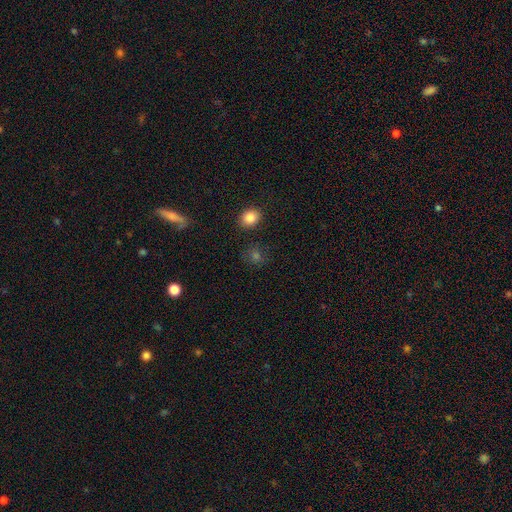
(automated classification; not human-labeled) smooth 70%, star or artifact 21%, featured or disk 9%. Down the decision tree: how rounded — round (70%); merging — none (82%).